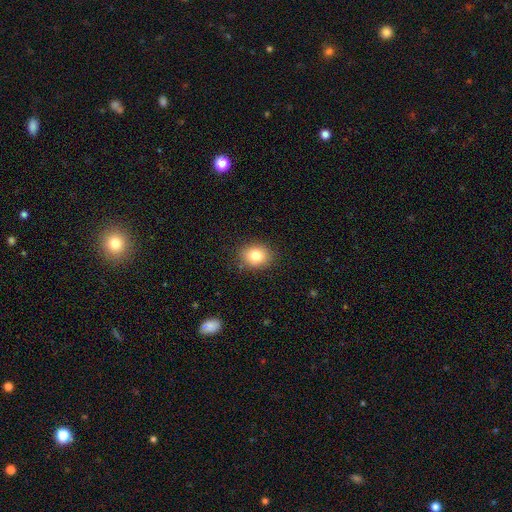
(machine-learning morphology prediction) type=smooth (81%); roundness=round (58%); merging=none (87%).